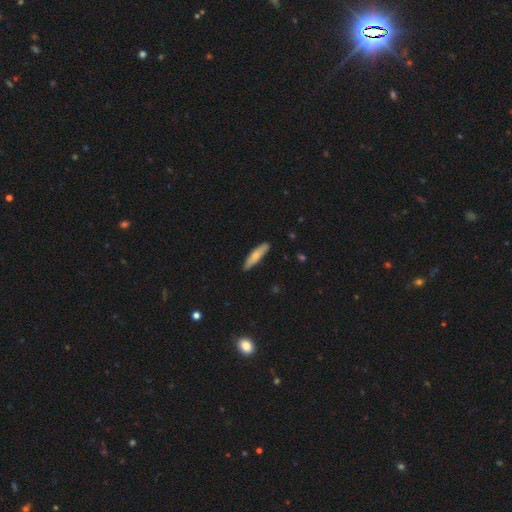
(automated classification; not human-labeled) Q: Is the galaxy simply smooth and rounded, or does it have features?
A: smooth — 72%.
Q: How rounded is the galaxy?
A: cigar-shaped — 77%.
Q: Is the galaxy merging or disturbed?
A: none — 85%.